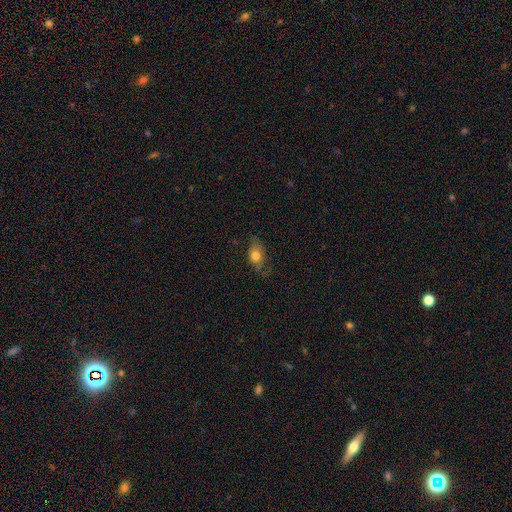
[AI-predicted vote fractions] This appears to be a smooth galaxy with no disk features (73%) that is in between round and cigar-shaped (75%). Merging: none (60%).